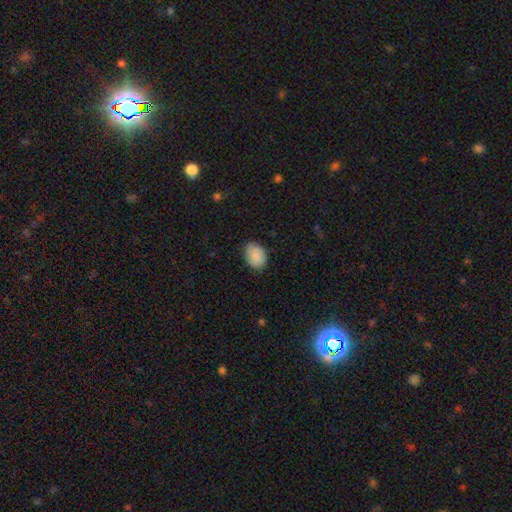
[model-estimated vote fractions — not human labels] Q: Smooth or featured?
A: smooth (89%); runner-up: star or artifact (6%)
Q: How rounded?
A: in between (73%); runner-up: round (26%)
Q: Merging?
A: none (83%); runner-up: minor disturbance (14%)